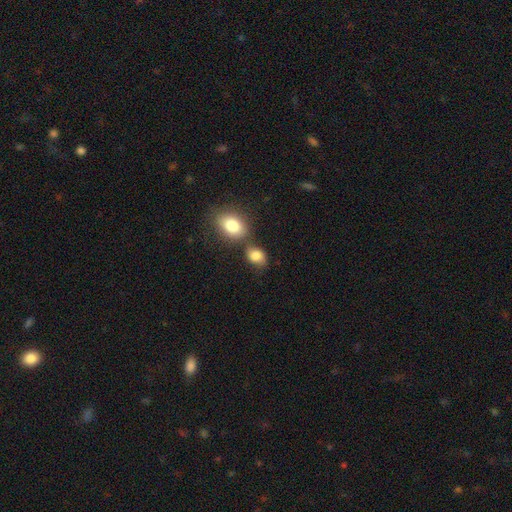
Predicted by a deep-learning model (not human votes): The model was most divided on "merging": none: 53%, merger: 26%, minor disturbance: 16%, major disturbance: 6%. More confident: smooth or featured — smooth (82%); how rounded — in between (67%).